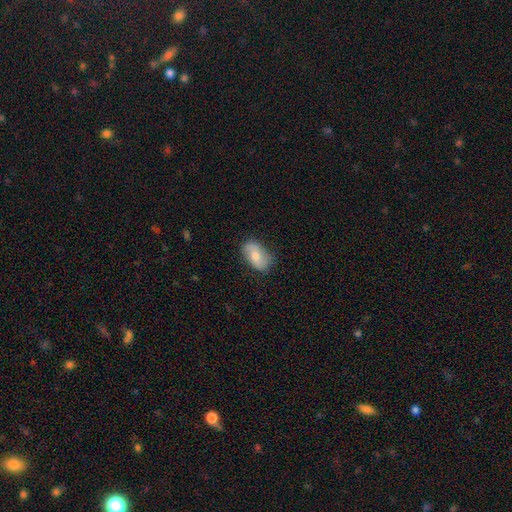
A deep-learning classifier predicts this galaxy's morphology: smooth-or-featured: smooth: 63% | featured or disk: 30% | star or artifact: 7%
  how-rounded: in between: 90% | round: 7% | cigar-shaped: 2%
  merging: none: 75% | minor disturbance: 20% | major disturbance: 4% | merger: 1%